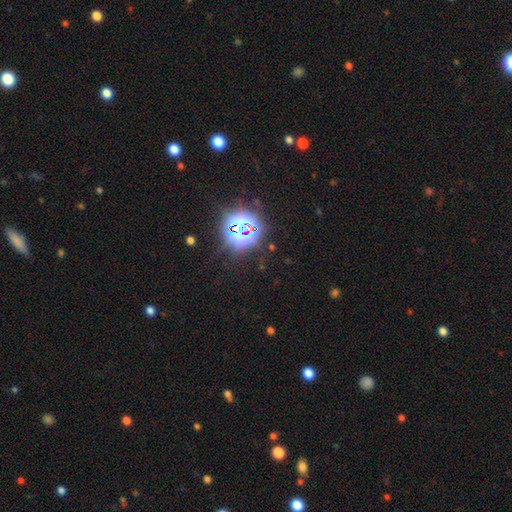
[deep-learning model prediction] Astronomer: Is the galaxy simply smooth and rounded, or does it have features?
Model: star or artifact — 83%.